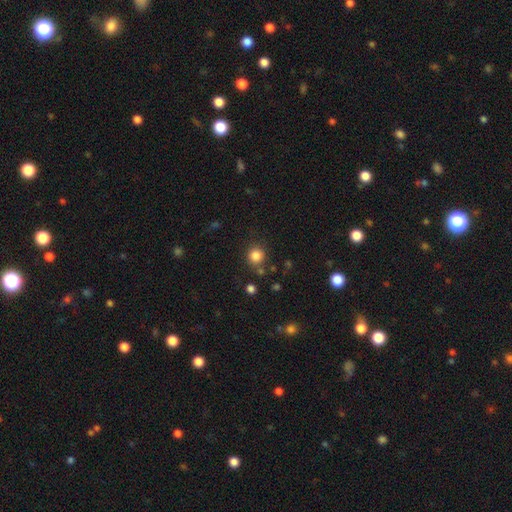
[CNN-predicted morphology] Smooth or featured?
  - smooth: 83% *
  - star or artifact: 12%
  - featured or disk: 5%
How rounded?
  - round: 91% *
  - in between: 8%
  - cigar-shaped: 1%
Merging?
  - none: 80% *
  - minor disturbance: 10%
  - merger: 6%
  - major disturbance: 4%